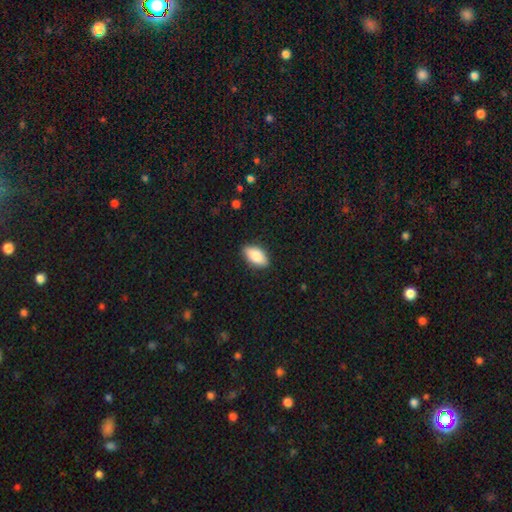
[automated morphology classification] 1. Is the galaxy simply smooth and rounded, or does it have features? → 85% smooth, 8% featured or disk, 6% star or artifact.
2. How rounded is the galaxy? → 91% in between, 6% cigar-shaped, 3% round.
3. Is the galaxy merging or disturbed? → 87% none, 10% minor disturbance, 2% major disturbance, 1% merger.